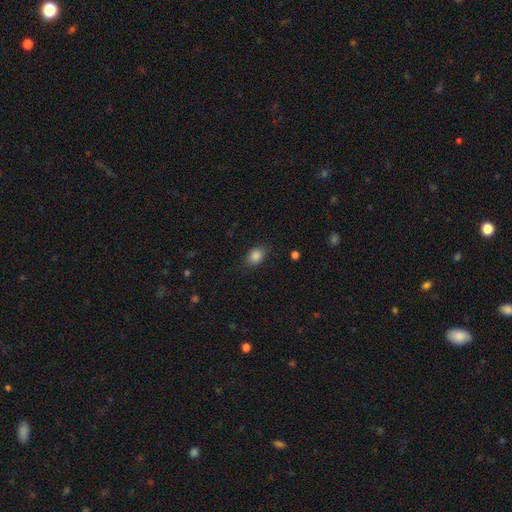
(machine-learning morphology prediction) smooth_or_featured: smooth (p=0.86) [alt: star or artifact p=0.09]
how_rounded: in between (p=0.69) [alt: round p=0.30]
merging: none (p=0.80) [alt: minor disturbance p=0.15]